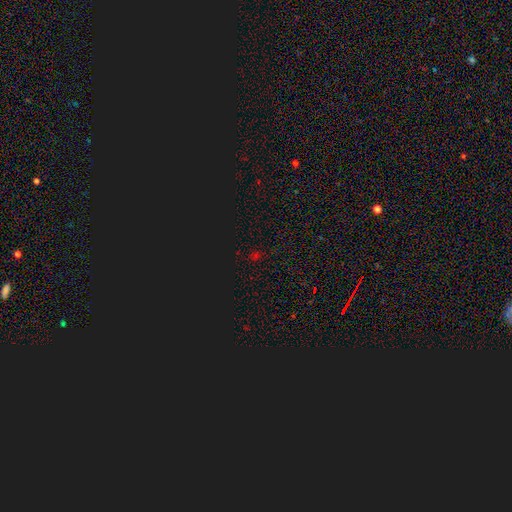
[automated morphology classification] This is likely a star or artifact rather than a galaxy (69%).